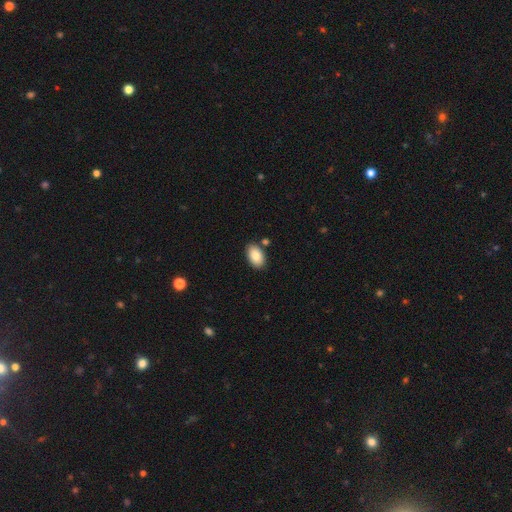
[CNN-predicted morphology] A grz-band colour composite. It shows a smooth galaxy with no disk features (86%) that is in between round and cigar-shaped (94%). Merging: none (83%).